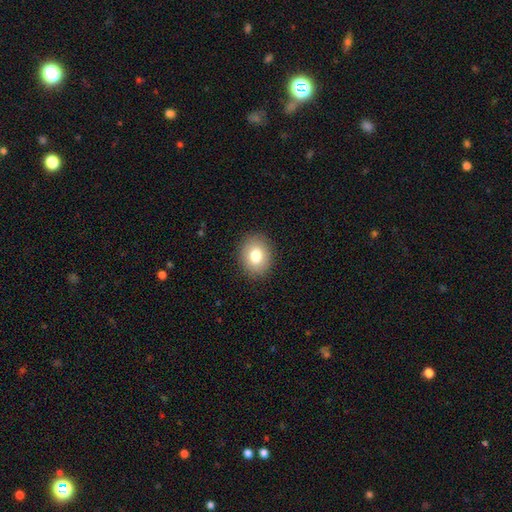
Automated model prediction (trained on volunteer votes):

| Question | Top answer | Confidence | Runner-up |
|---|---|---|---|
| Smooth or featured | smooth | 80% | featured or disk (11%) |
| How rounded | round | 53% | in between (46%) |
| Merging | none | 90% | minor disturbance (7%) |